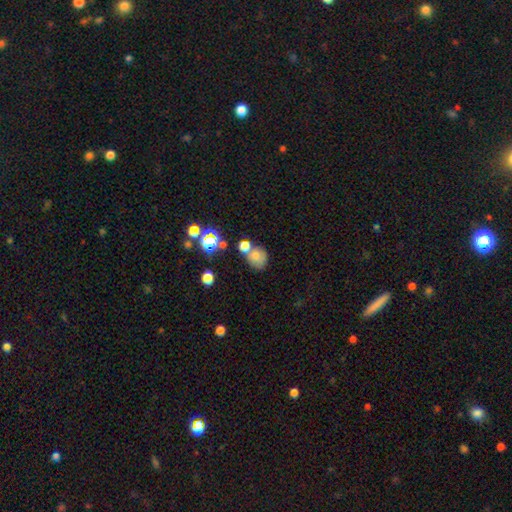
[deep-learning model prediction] Smooth or featured? smooth (68%)
How rounded? round (62%)
Merging? none (46%)